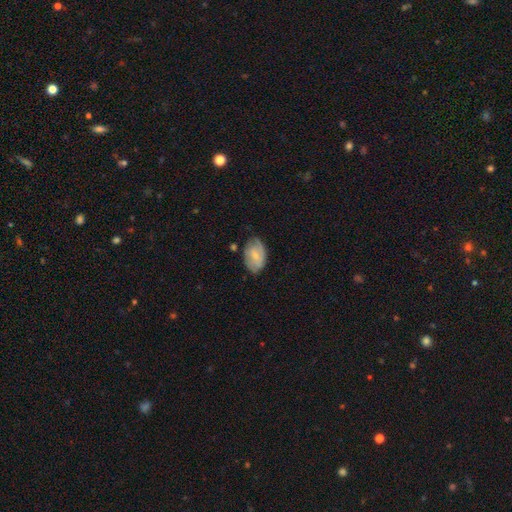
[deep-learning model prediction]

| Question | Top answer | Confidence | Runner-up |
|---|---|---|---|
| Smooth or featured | smooth | 50% | featured or disk (44%) |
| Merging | none | 61% | minor disturbance (29%) |